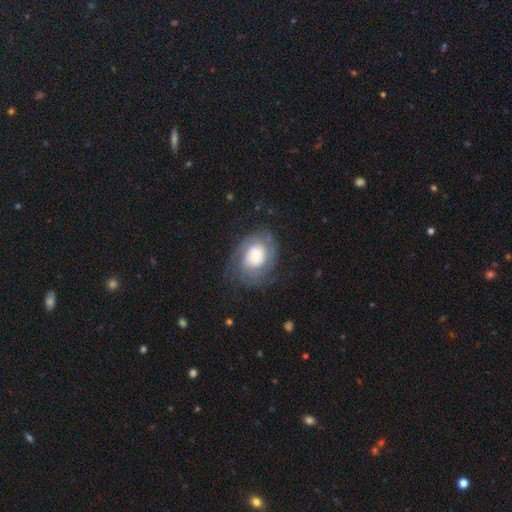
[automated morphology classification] The model was most divided on "spiral arm count": 2: 35%, can't tell: 34%, 3: 12%, 1: 7%, 4: 6%, more than 4: 5%. Remaining: edge-on disk — no (97%); spiral arms — yes (87%); bar — no (81%); smooth or featured — featured or disk (70%); merging — none (65%); spiral winding — tight (60%); bulge size — large (49%).